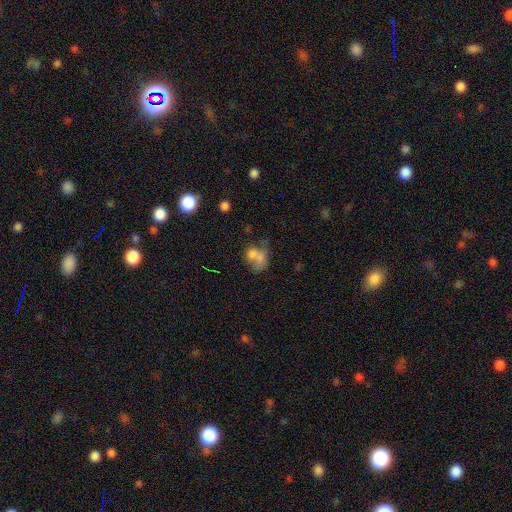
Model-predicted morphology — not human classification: A smooth galaxy with no disk features (63%) that is in between round and cigar-shaped (61%).

Vote fractions:
- Smooth or featured? smooth: 63% / featured or disk: 25% / star or artifact: 13%
- How rounded? in between: 61% / round: 38% / cigar-shaped: 2%
- Merging? merger: 55% / none: 21% / major disturbance: 13% / minor disturbance: 11%